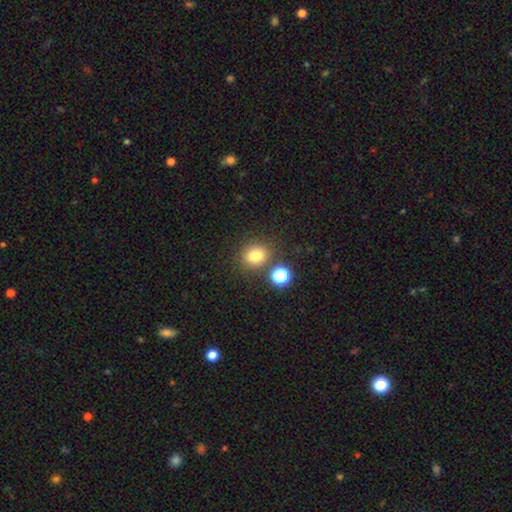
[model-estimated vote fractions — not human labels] This appears to be a smooth galaxy with no disk features (78%) that is round (77%). Merging: none (78%).